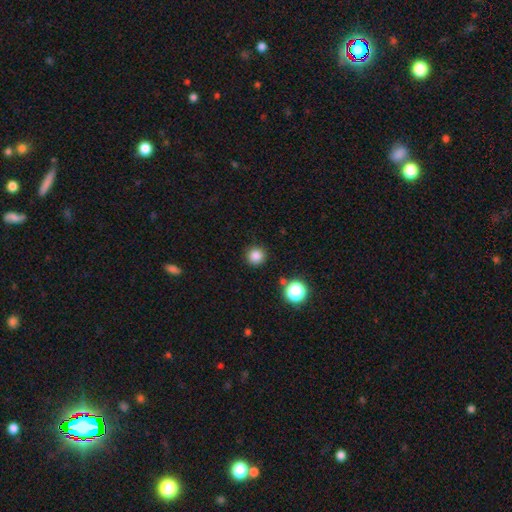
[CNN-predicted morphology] smooth-or-featured: smooth: 83% | star or artifact: 13% | featured or disk: 4%
  how-rounded: round: 95% | in between: 4% | cigar-shaped: 1%
  merging: none: 90% | minor disturbance: 6% | major disturbance: 2% | merger: 2%